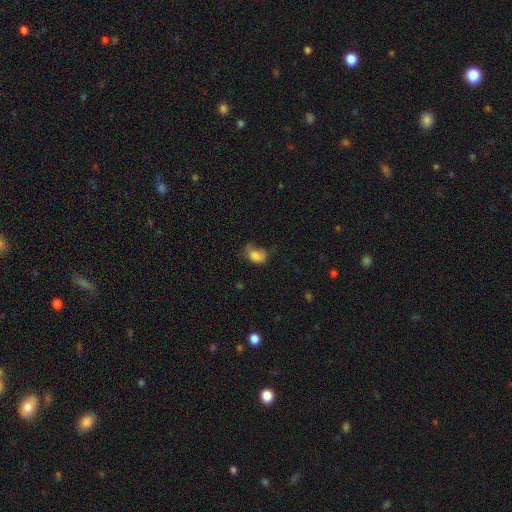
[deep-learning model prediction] smooth 77%, featured or disk 13%, star or artifact 10%. Down the decision tree: how rounded — in between (76%); merging — minor disturbance (37%).